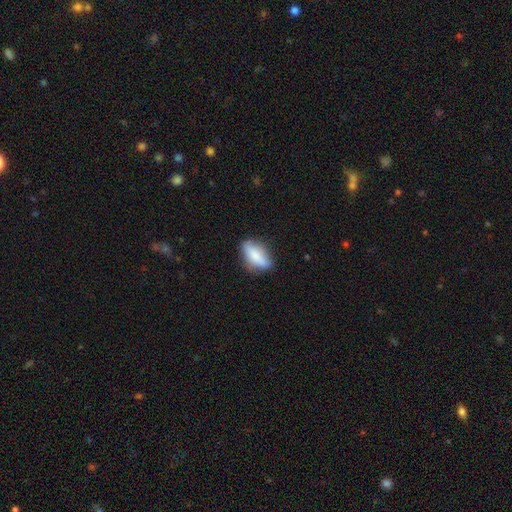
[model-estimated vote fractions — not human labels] Smooth or featured? smooth (72%)
How rounded? in between (72%)
Merging? none (77%)